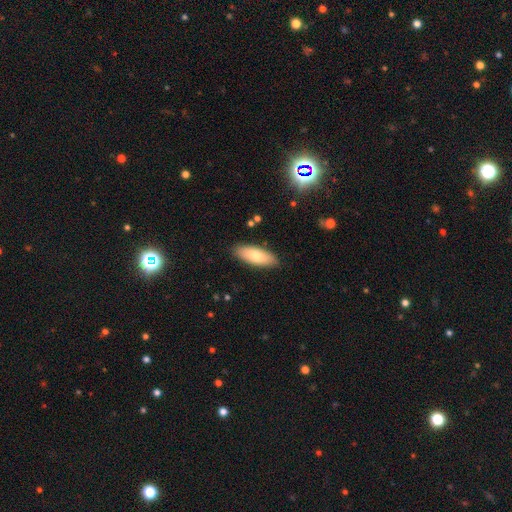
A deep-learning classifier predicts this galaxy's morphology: smooth-or-featured: smooth: 74% | featured or disk: 20% | star or artifact: 6%
  how-rounded: in between: 76% | cigar-shaped: 21% | round: 2%
  merging: none: 87% | minor disturbance: 10% | major disturbance: 2% | merger: 1%